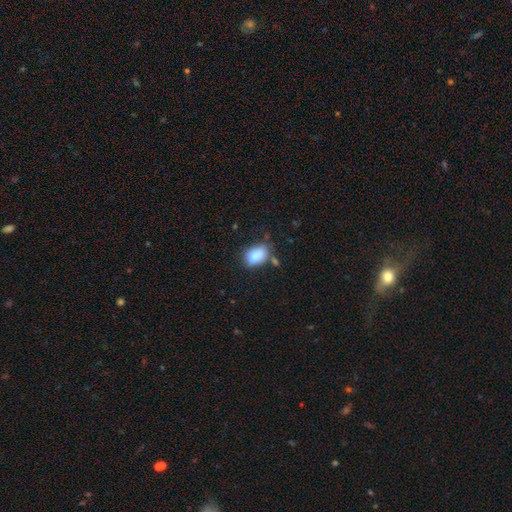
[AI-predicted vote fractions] A smooth galaxy with no disk features (82%) that is in between round and cigar-shaped (82%).

Vote fractions:
- Smooth or featured? smooth: 82% / featured or disk: 10% / star or artifact: 8%
- How rounded? in between: 82% / round: 17% / cigar-shaped: 1%
- Merging? none: 62% / minor disturbance: 23% / merger: 9% / major disturbance: 6%